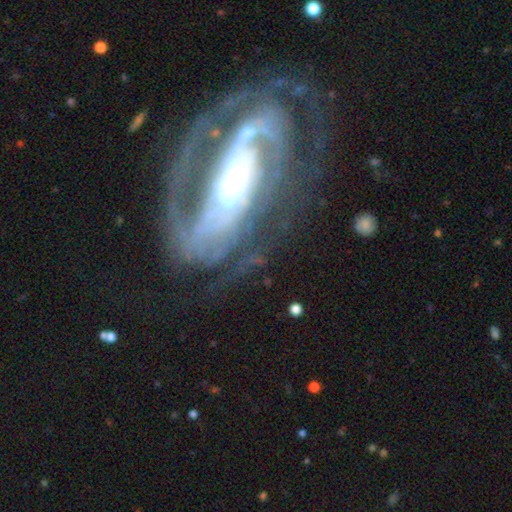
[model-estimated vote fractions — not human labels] Overall: featured or disk (88%). Edge-on disk: no (95%). Bar: no (39%; strong 34%). Spiral arms: yes (96%). Spiral arm count: 2 (57%). Spiral winding: tight (49%; medium 39%). Bulge size: small (49%; moderate 26%). Merging: none (61%).